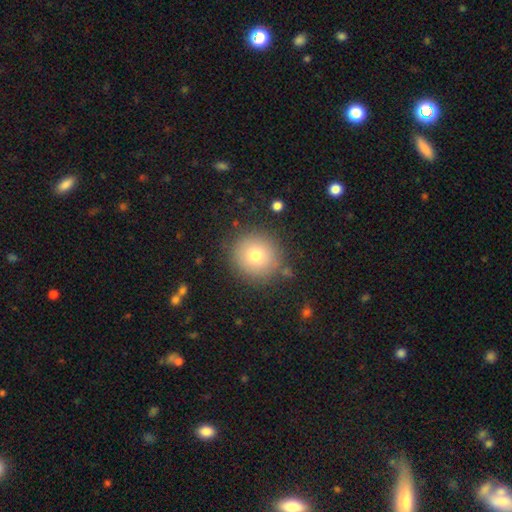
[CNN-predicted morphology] smooth_or_featured: smooth (p=0.76) [alt: featured or disk p=0.13]
how_rounded: round (p=0.93) [alt: in between p=0.06]
merging: none (p=0.85) [alt: minor disturbance p=0.09]